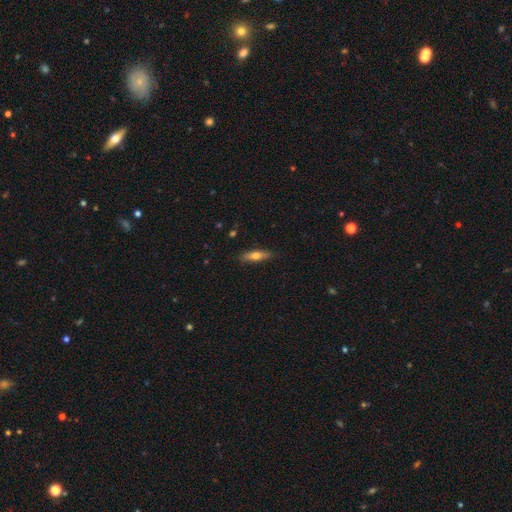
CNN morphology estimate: This appears to be a smooth galaxy with no disk features (62%) that is cigar-shaped (67%). Merging: none (84%).